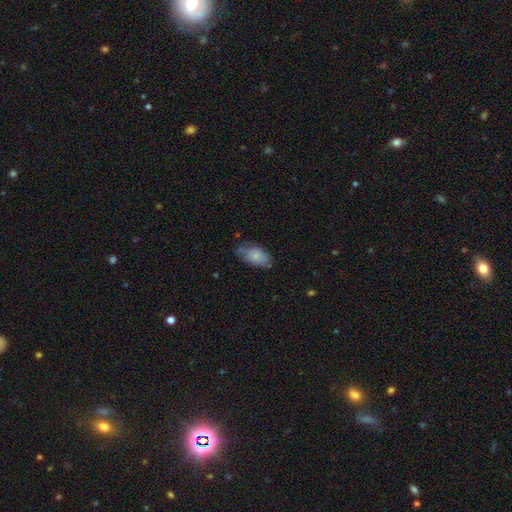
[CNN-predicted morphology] Q: Smooth or featured?
A: smooth (74%); runner-up: featured or disk (19%)
Q: How rounded?
A: in between (92%); runner-up: round (5%)
Q: Merging?
A: none (51%); runner-up: minor disturbance (35%)